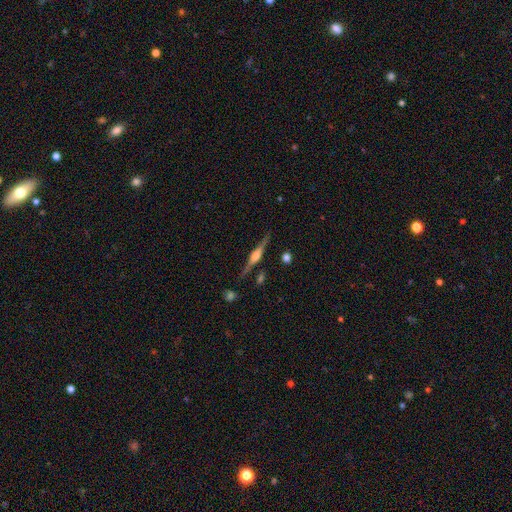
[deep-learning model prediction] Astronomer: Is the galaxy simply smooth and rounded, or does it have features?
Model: featured or disk — 84%.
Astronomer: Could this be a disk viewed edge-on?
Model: yes — 98%.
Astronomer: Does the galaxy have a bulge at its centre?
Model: rounded — 80%.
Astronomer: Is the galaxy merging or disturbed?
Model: none — 86%.